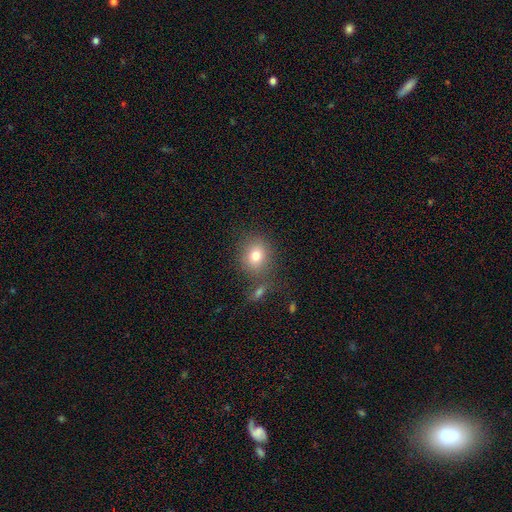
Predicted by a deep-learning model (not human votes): Smooth or featured: smooth — 77% (star or artifact — 12%)
How rounded: round — 69% (in between — 30%)
Merging: none — 72% (minor disturbance — 12%)